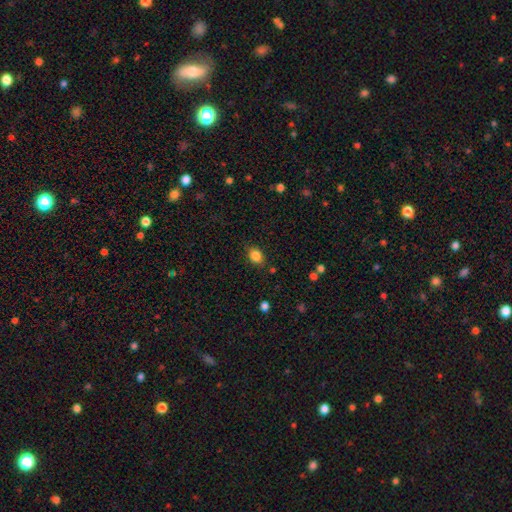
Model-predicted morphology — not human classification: type=smooth (85%); roundness=in between (60%); merging=none (82%).